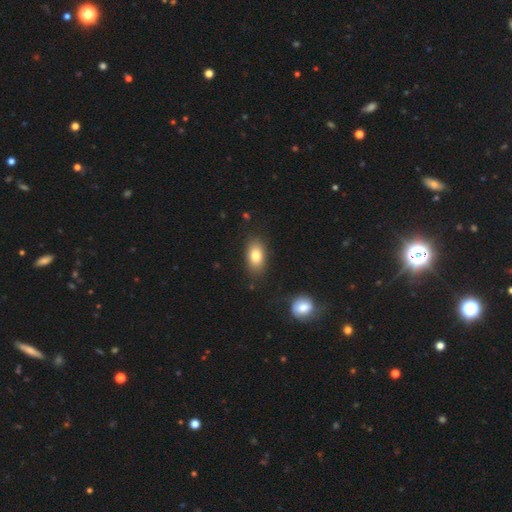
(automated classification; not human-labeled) This is likely a smooth galaxy (80%). How rounded: clearly in between (88%). Merging: clearly none (83%).